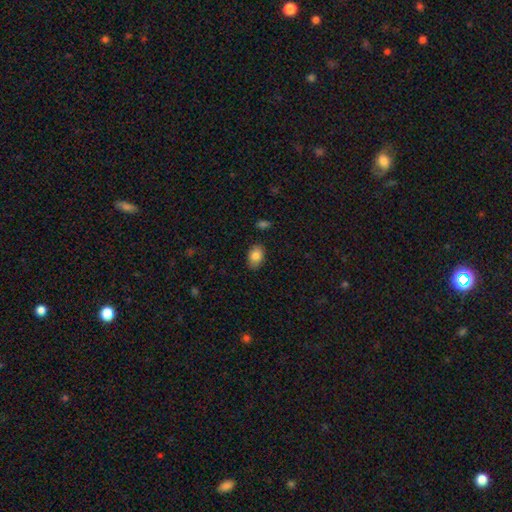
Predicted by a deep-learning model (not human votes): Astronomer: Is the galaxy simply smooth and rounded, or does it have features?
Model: smooth — 85%.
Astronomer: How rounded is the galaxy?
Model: in between — 83%.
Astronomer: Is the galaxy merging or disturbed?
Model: none — 85%.